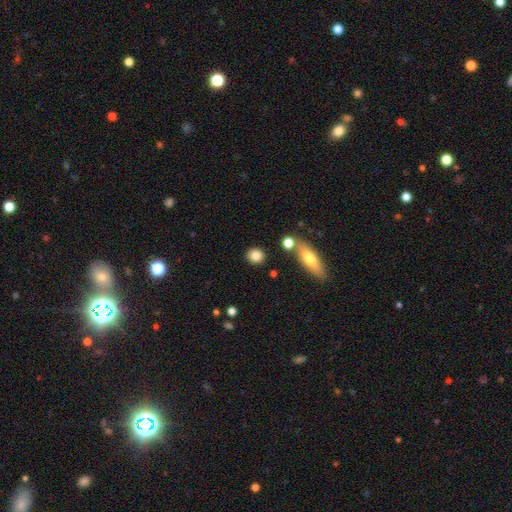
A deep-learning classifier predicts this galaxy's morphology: type=smooth (82%); roundness=round (83%); merging=none (86%).